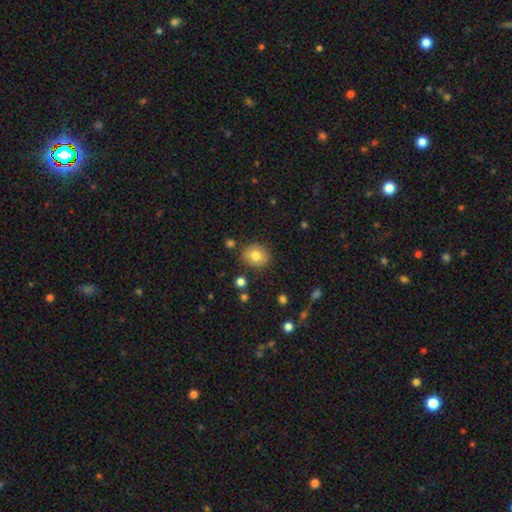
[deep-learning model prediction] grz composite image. It shows a smooth galaxy with no disk features (80%) that is round (70%). Merging: none (84%).